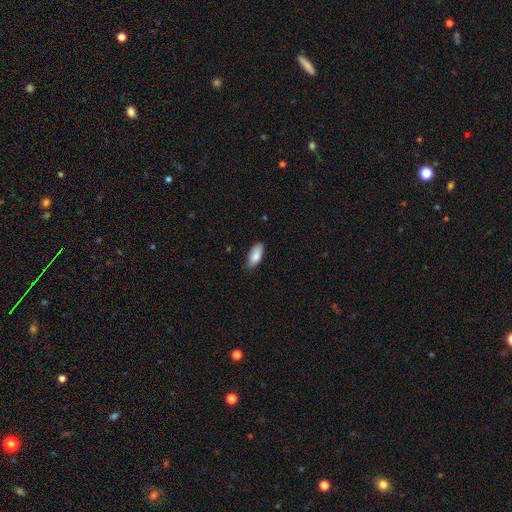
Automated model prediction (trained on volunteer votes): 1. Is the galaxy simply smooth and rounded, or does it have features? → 87% smooth, 7% featured or disk, 6% star or artifact.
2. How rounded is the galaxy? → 86% in between, 12% cigar-shaped, 2% round.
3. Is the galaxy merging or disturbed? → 81% none, 15% minor disturbance, 2% major disturbance, 1% merger.